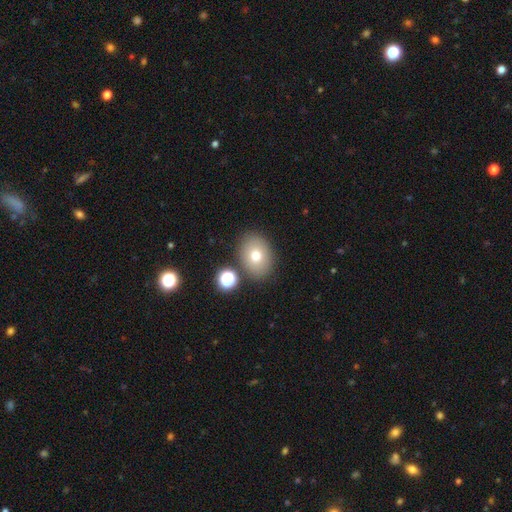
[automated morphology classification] Q: Smooth or featured?
A: smooth (74%); runner-up: featured or disk (15%)
Q: How rounded?
A: in between (63%); runner-up: round (36%)
Q: Merging?
A: none (80%); runner-up: minor disturbance (10%)